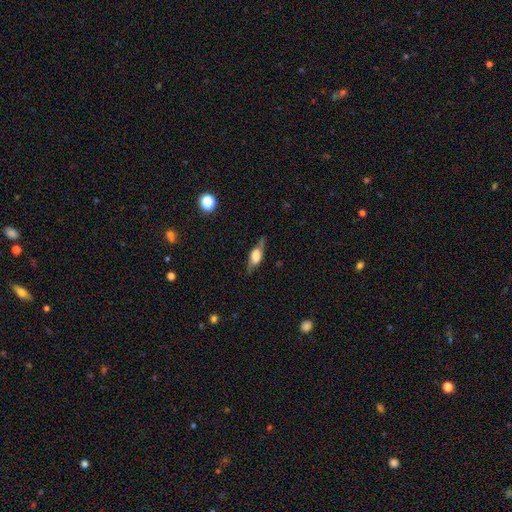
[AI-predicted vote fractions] Morphology: type=featured or disk (50%); merging=none (71%).